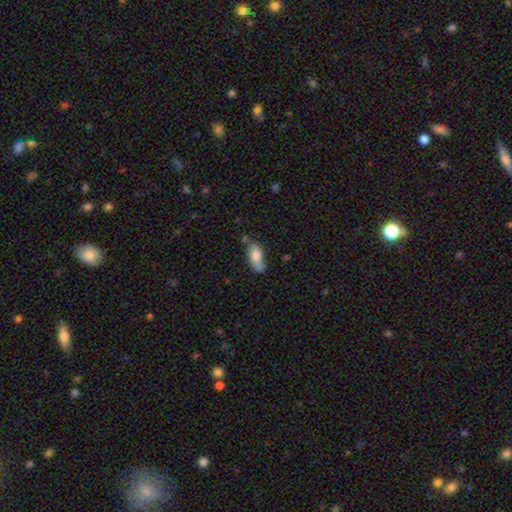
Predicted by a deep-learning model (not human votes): This is likely a smooth galaxy (72%). How rounded: clearly in between (81%). Merging: possibly none (52%).